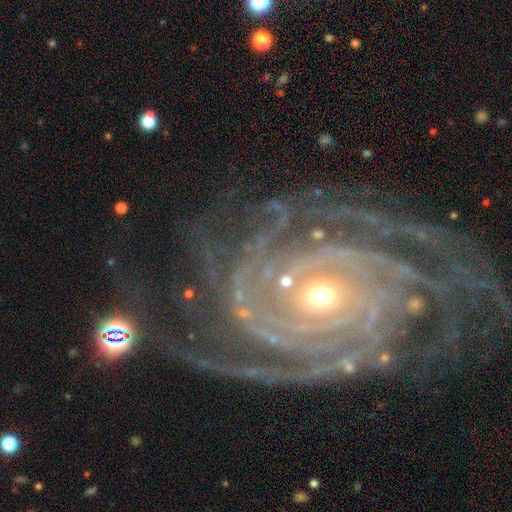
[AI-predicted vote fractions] Smooth or featured: featured or disk — 92% (star or artifact — 5%)
Edge-on disk: no — 97% (yes — 3%)
Bar: no — 67% (weak — 20%)
Spiral arms: yes — 98% (no — 2%)
Spiral winding: tight — 79% (medium — 18%)
Spiral arm count: more than 4 — 21% (tied with 4 — 21%)
Bulge size: moderate — 50% (small — 46%)
Merging: none — 69% (minor disturbance — 18%)